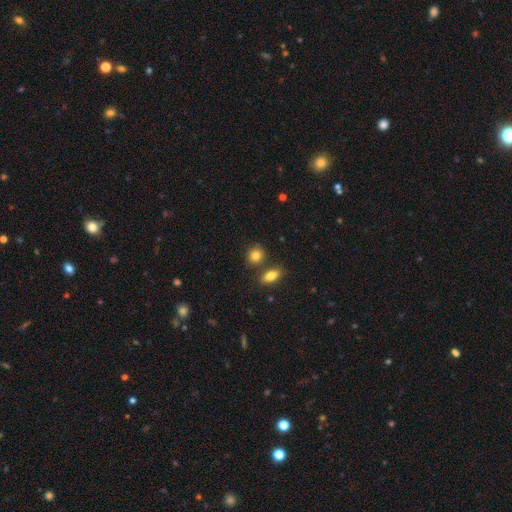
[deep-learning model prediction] This appears to be a smooth galaxy with no disk features (83%) that is round (69%). Merging: none (72%).